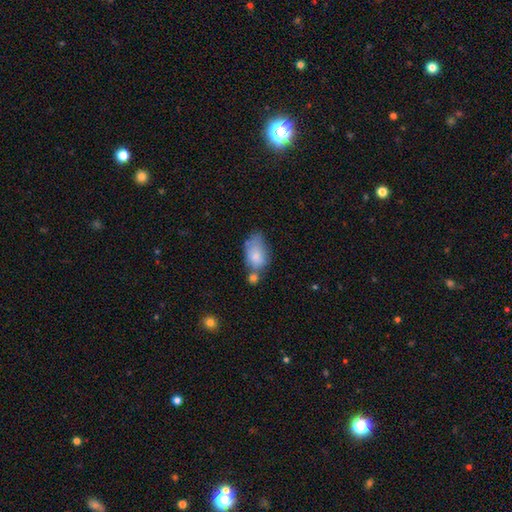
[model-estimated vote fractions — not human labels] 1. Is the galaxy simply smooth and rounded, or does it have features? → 74% smooth, 18% featured or disk, 8% star or artifact.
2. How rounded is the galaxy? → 89% in between, 9% round, 2% cigar-shaped.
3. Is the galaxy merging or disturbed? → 30% none, 29% merger, 27% minor disturbance, 14% major disturbance.